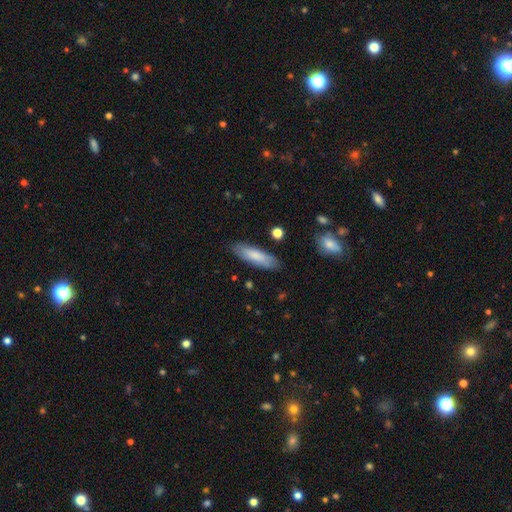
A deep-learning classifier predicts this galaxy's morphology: This is likely a smooth galaxy (76%). How rounded: possibly cigar-shaped (55%). Merging: clearly none (84%).